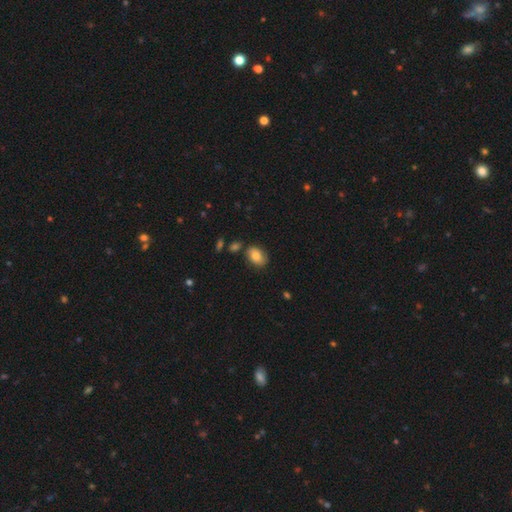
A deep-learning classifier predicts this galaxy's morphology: Smooth or featured: smooth — 78% (featured or disk — 14%)
How rounded: in between — 79% (round — 19%)
Merging: none — 73% (minor disturbance — 17%)